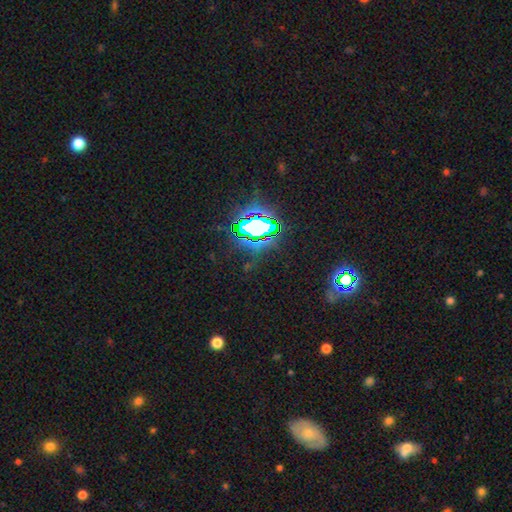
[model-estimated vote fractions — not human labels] The model was most divided on "smooth or featured": star or artifact: 80%, smooth: 12%, featured or disk: 8%.